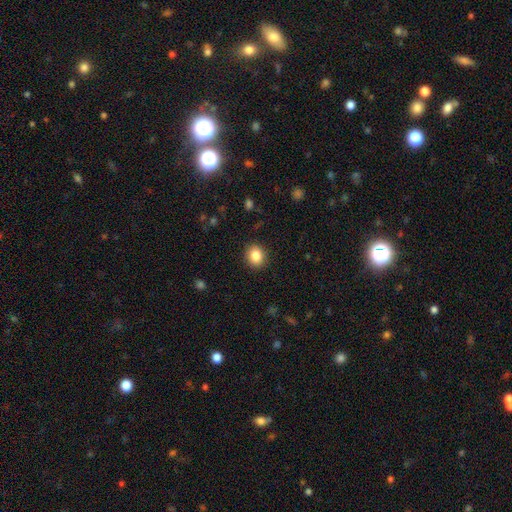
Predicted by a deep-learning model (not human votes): The model was most divided on "how rounded": round: 70%, in between: 29%, cigar-shaped: 1%. More confident: merging — none (90%); smooth or featured — smooth (85%).